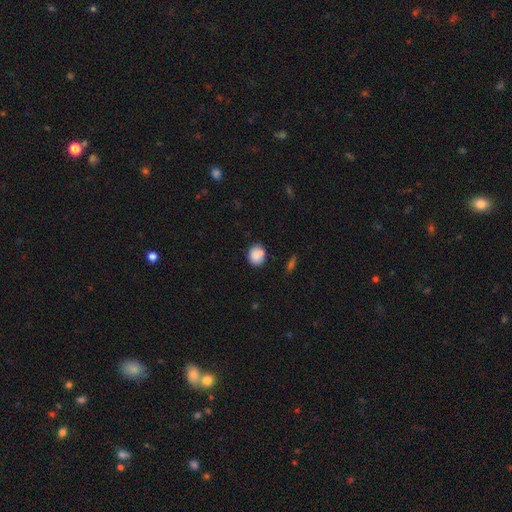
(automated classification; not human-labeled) This is clearly a smooth galaxy (84%). How rounded: likely round (67%). Merging: likely none (69%).